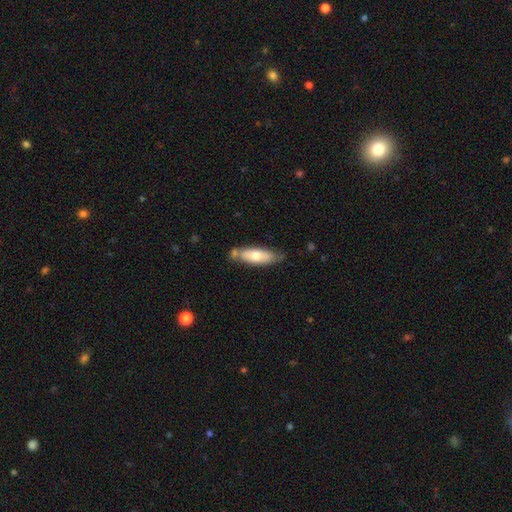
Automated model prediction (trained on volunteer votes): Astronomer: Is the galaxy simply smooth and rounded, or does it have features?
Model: smooth — 62%.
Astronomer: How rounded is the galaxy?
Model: in between — 59% (runner-up: cigar-shaped, 40%).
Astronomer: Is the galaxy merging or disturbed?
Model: none — 59%.